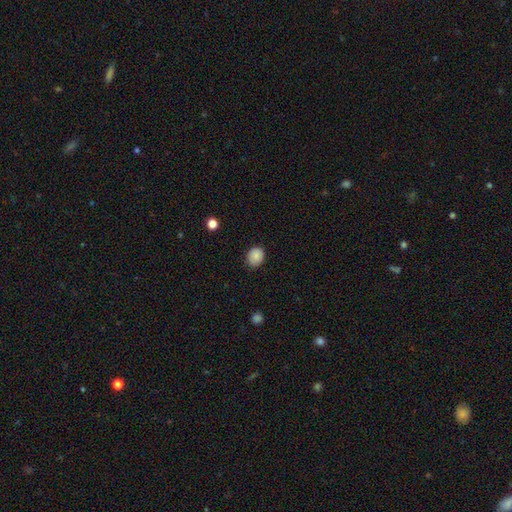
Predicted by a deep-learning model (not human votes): Smooth or featured? smooth (85%)
How rounded? round (60%)
Merging? none (80%)